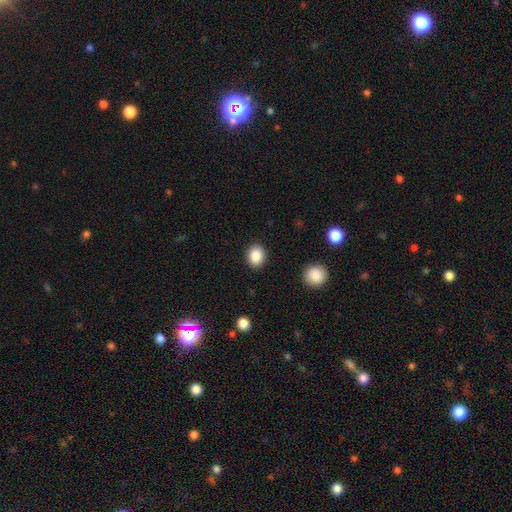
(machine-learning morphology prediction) A smooth galaxy with no disk features (87%) that is round (56%).

Vote fractions:
- Smooth or featured? smooth: 87% / star or artifact: 9% / featured or disk: 4%
- How rounded? round: 56% / in between: 43% / cigar-shaped: 1%
- Merging? none: 90% / minor disturbance: 7% / major disturbance: 2% / merger: 1%